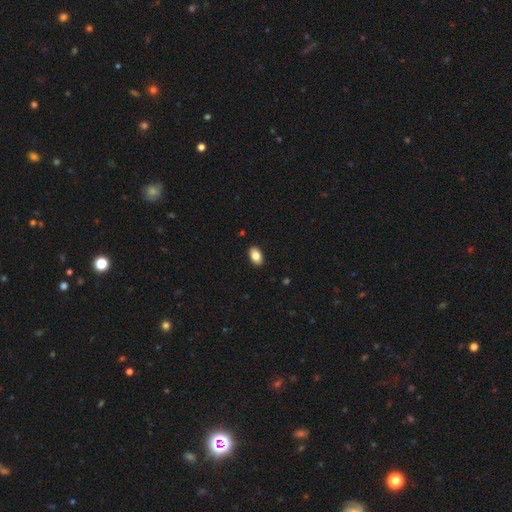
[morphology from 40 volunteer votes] smooth-or-featured: smooth: 85% | featured or disk: 12% | star or artifact: 2%
  how-rounded: in between: 94% | round: 6% | cigar-shaped: 0%
  merging: none: 97% | minor disturbance: 3% | major disturbance: 0% | merger: 0%